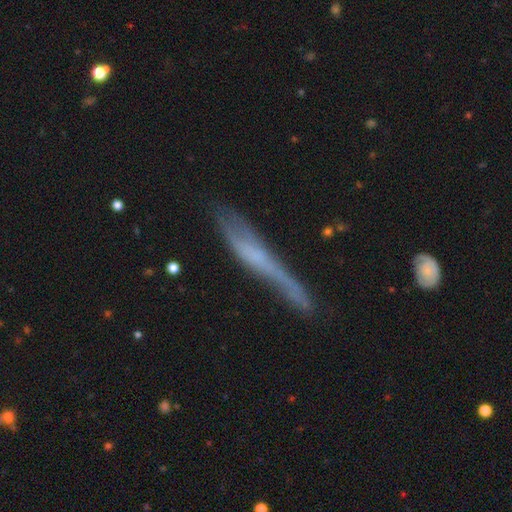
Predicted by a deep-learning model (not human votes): smooth-or-featured: featured or disk: 53% | smooth: 39% | star or artifact: 8%
  disk-edge-on: yes: 75% | no: 25%
  merging: none: 45% | minor disturbance: 30% | major disturbance: 20% | merger: 5%